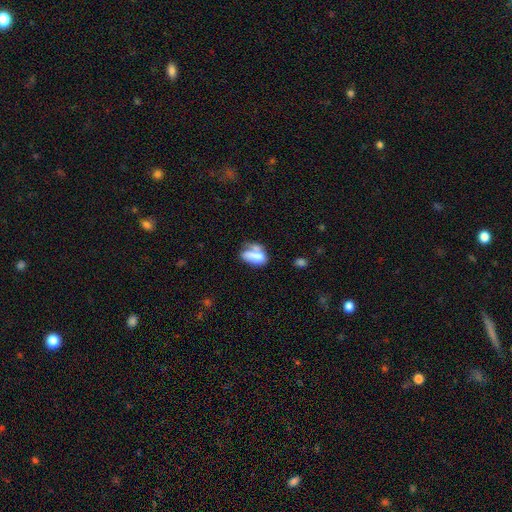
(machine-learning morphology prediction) Q: Smooth or featured?
A: smooth (68%); runner-up: featured or disk (23%)
Q: How rounded?
A: in between (84%); runner-up: round (9%)
Q: Merging?
A: merger (33%); runner-up: none (28%)